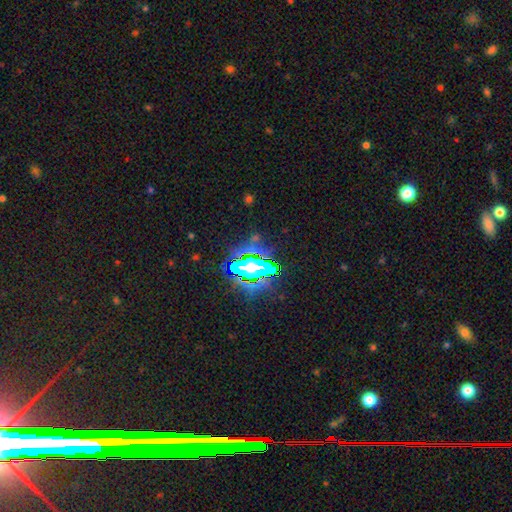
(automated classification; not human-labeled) Morphology: type=star or artifact (82%).